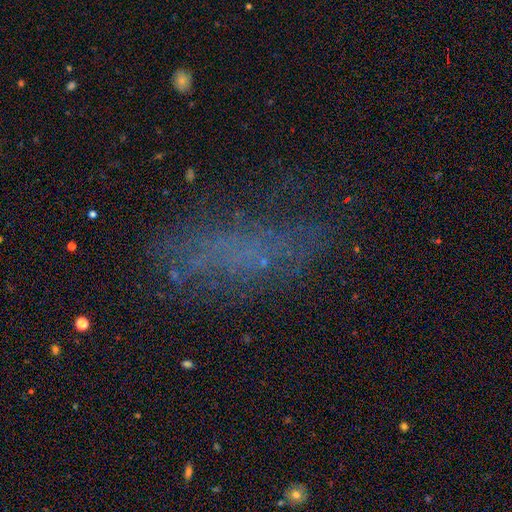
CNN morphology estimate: Smooth or featured? smooth (46%)
Merging? none (59%)